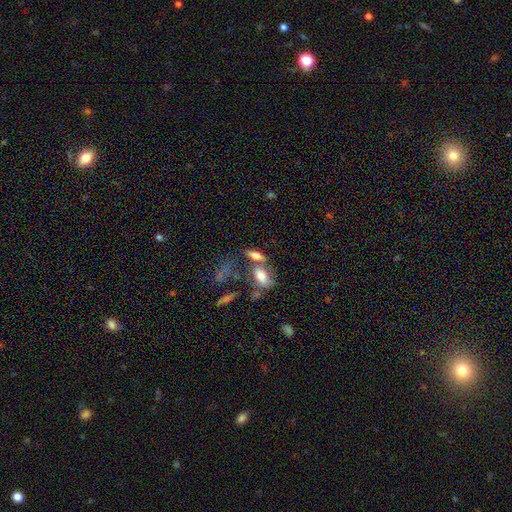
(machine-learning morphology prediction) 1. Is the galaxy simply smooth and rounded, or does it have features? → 64% smooth, 26% featured or disk, 9% star or artifact.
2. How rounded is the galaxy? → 73% in between, 21% cigar-shaped, 5% round.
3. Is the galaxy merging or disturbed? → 48% none, 34% merger, 12% minor disturbance, 6% major disturbance.